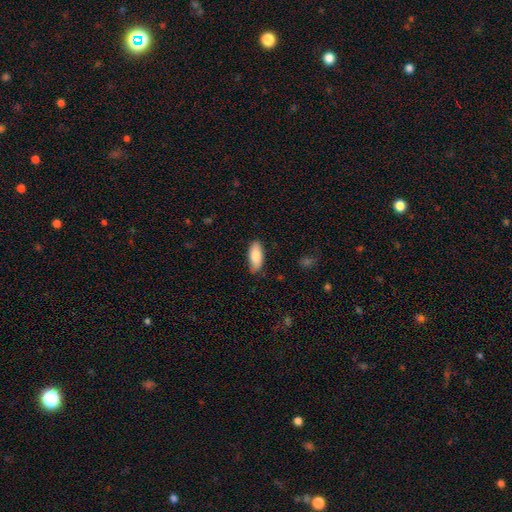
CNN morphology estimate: smooth_or_featured: smooth (p=0.83) [alt: featured or disk p=0.11]
how_rounded: in between (p=0.83) [alt: cigar-shaped p=0.15]
merging: none (p=0.82) [alt: minor disturbance p=0.14]